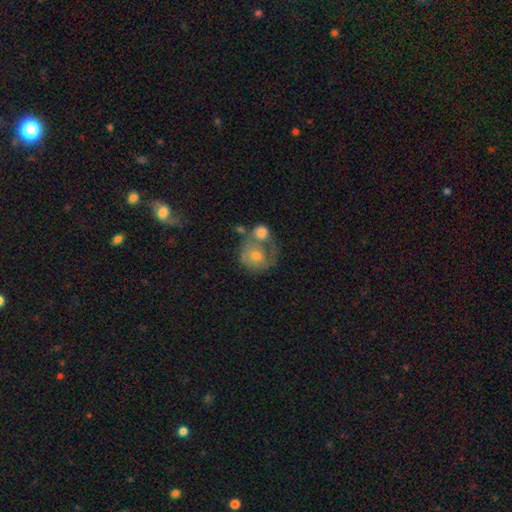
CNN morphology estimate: Smooth or featured: smooth — 50% (featured or disk — 42%)
Merging: merger — 44% (none — 29%)